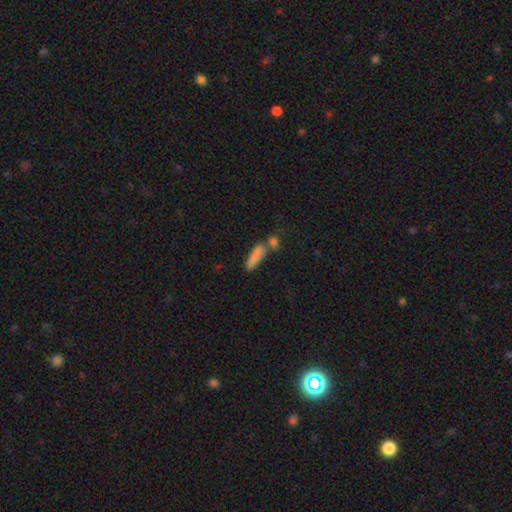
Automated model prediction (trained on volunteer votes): The model was most divided on "merging": none: 51%, merger: 30%, minor disturbance: 14%, major disturbance: 6%. More confident: smooth or featured — smooth (82%); how rounded — cigar-shaped (68%).